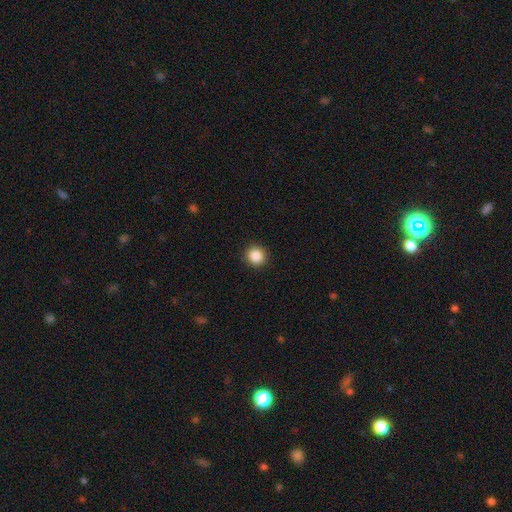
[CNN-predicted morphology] Smooth or featured: smooth — 87% (star or artifact — 9%)
How rounded: round — 93% (in between — 6%)
Merging: none — 92% (minor disturbance — 5%)